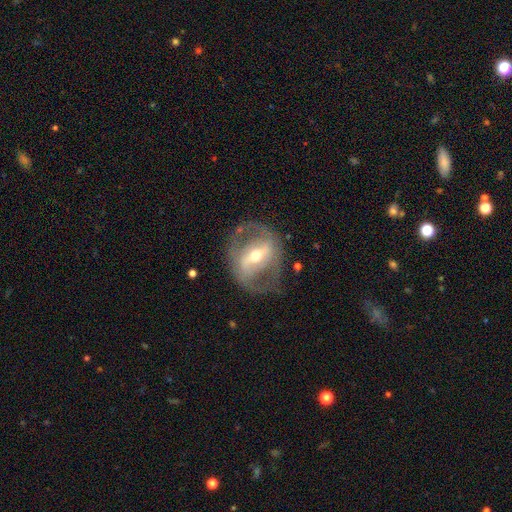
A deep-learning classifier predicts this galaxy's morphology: type=featured or disk (78%); edge-on=no (90%); bar=strong (60%); spiral arms=yes (54%); bulge=moderate (59%); merging=none (69%).